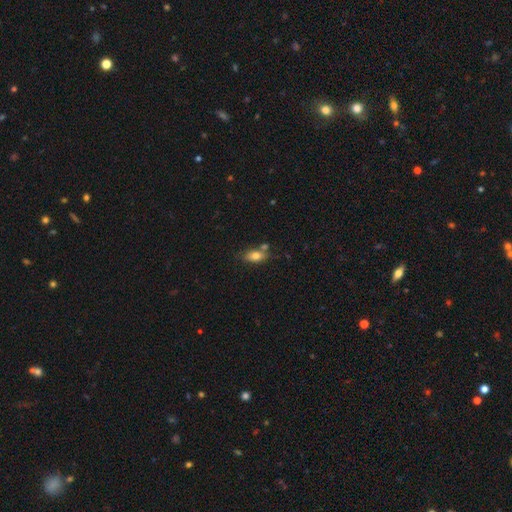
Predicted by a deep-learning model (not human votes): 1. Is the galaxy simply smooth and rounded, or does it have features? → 76% smooth, 16% featured or disk, 8% star or artifact.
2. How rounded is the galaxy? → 85% in between, 8% cigar-shaped, 6% round.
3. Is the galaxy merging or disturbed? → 64% none, 16% merger, 16% minor disturbance, 4% major disturbance.